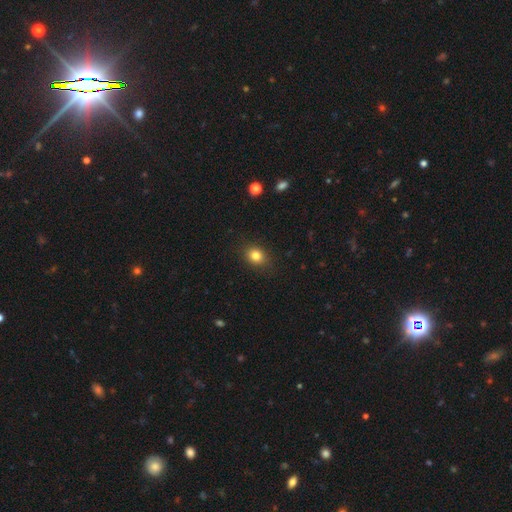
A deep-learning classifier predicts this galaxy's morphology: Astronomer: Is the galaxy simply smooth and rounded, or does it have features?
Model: smooth — 82%.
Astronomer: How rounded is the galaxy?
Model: in between — 50% (runner-up: round, 49%).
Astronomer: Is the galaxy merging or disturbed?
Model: none — 86%.